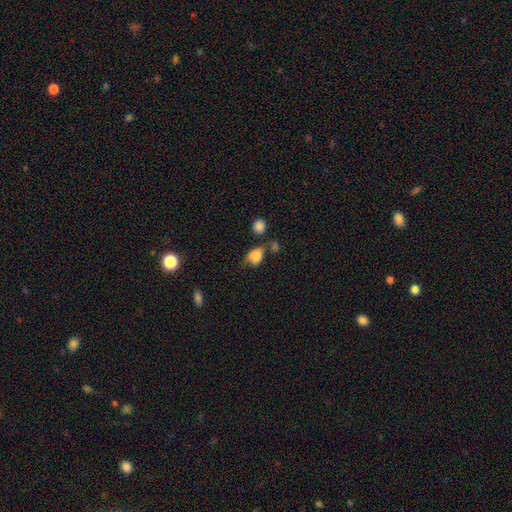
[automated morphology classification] This is clearly a smooth galaxy (80%). How rounded: likely in between (68%). Merging: marginally none (37%).